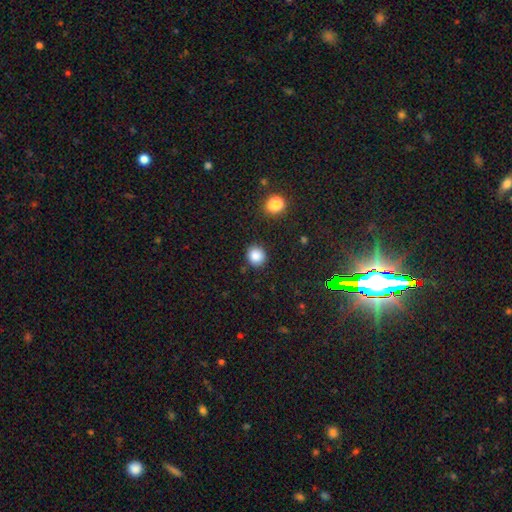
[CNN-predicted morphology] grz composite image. It shows a smooth galaxy with no disk features (86%) that is round (83%). Merging: none (87%).